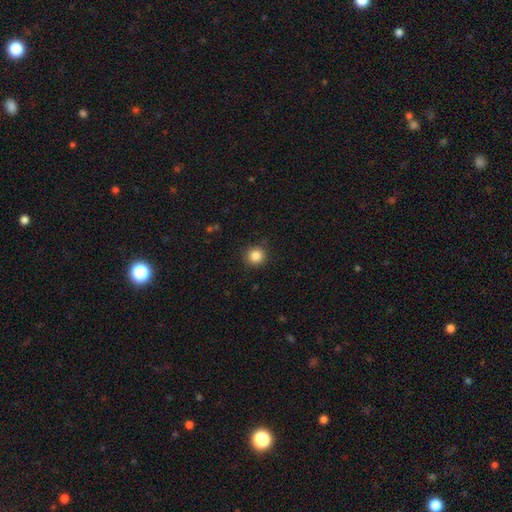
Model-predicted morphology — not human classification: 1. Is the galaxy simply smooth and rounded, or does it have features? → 85% smooth, 11% star or artifact, 5% featured or disk.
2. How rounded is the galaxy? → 91% round, 8% in between, 1% cigar-shaped.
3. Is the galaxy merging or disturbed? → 89% none, 8% minor disturbance, 2% major disturbance, 1% merger.